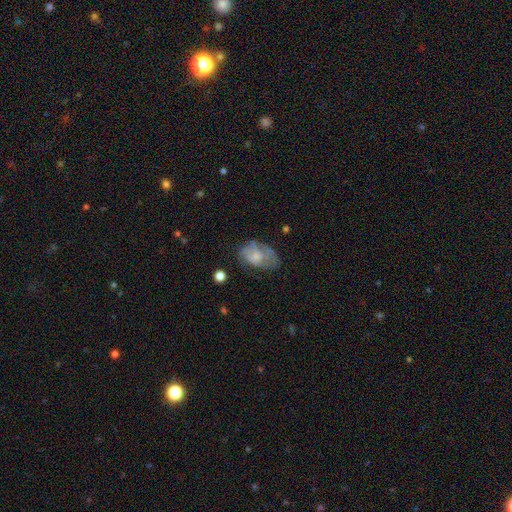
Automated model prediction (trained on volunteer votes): This appears to be a smooth galaxy with no disk features (54%) that is in between round and cigar-shaped (87%). Merging: none (44%).